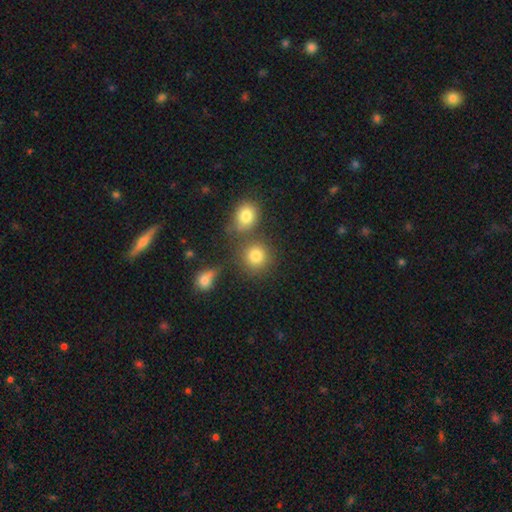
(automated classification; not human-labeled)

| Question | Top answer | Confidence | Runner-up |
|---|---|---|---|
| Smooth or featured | smooth | 81% | star or artifact (13%) |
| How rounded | round | 87% | in between (12%) |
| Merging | none | 68% | merger (19%) |